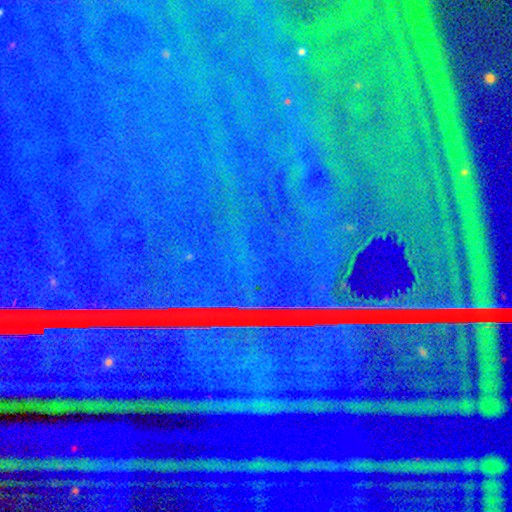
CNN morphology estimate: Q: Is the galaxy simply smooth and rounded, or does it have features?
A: star or artifact — 88%.